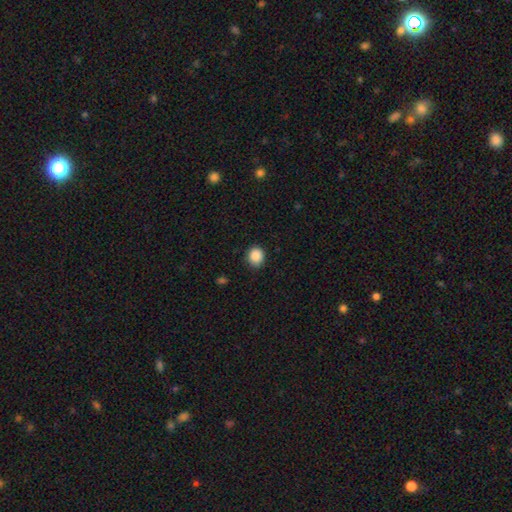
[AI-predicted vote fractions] A smooth galaxy with no disk features (88%) that is round (73%). Merging: none (86%).